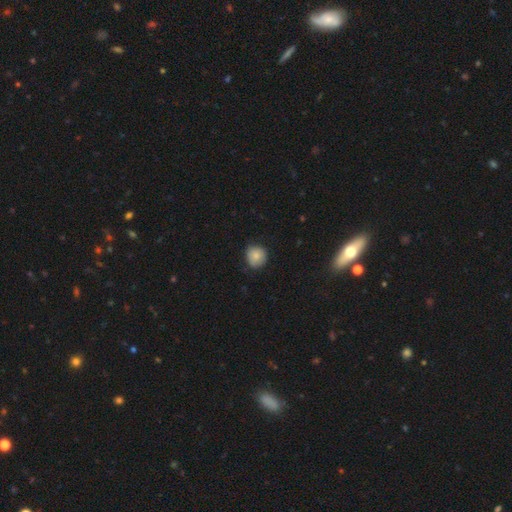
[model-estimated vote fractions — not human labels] Smooth or featured? Predicted: smooth (p=0.83). How rounded? Predicted: round (p=0.89). Merging? Predicted: none (p=0.79).